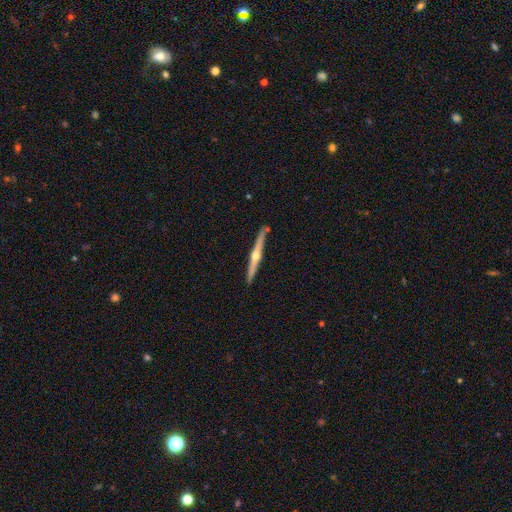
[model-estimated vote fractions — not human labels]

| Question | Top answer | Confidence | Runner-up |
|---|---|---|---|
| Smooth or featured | featured or disk | 79% | smooth (16%) |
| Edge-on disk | yes | 98% | no (2%) |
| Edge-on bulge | rounded | 93% | none (5%) |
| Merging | none | 90% | minor disturbance (7%) |